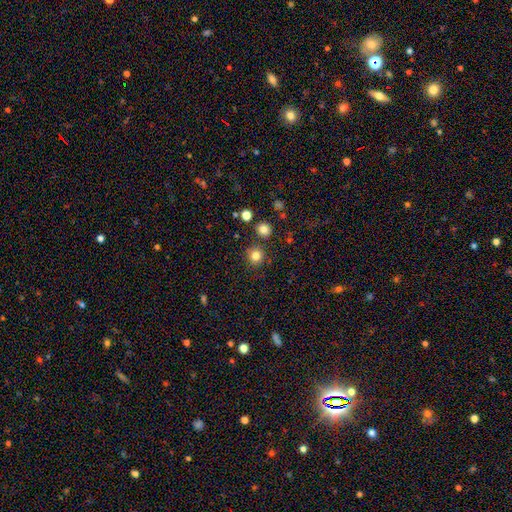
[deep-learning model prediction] Smooth or featured? Predicted: smooth (p=0.81). How rounded? Predicted: round (p=0.93). Merging? Predicted: none (p=0.86).